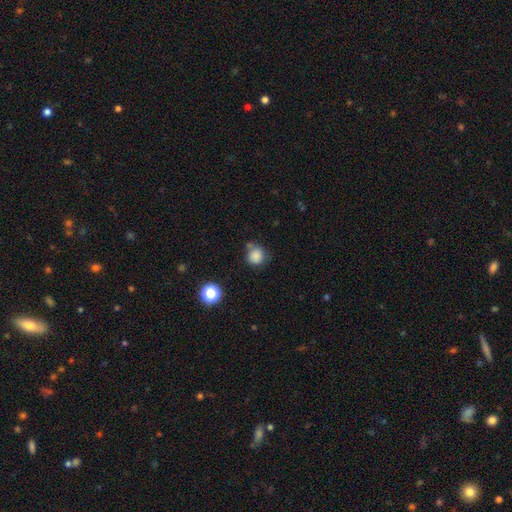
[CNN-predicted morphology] smooth_or_featured: smooth (p=0.82) [alt: star or artifact p=0.12]
how_rounded: round (p=0.85) [alt: in between p=0.14]
merging: none (p=0.57) [alt: minor disturbance p=0.23]